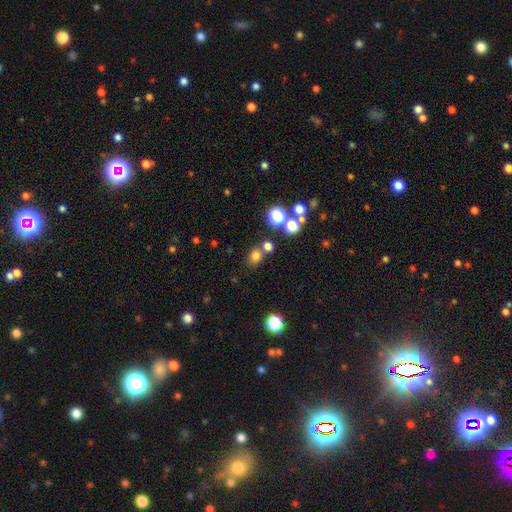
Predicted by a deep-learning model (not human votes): smooth 74%, star or artifact 19%, featured or disk 7%. Down the decision tree: how rounded — round (72%); merging — none (70%).